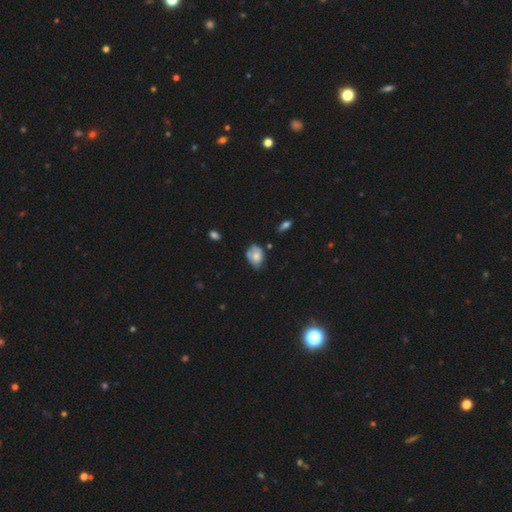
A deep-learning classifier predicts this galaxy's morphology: Smooth or featured: smooth — 65% (featured or disk — 26%)
How rounded: in between — 73% (round — 26%)
Merging: minor disturbance — 40% (none — 39%)